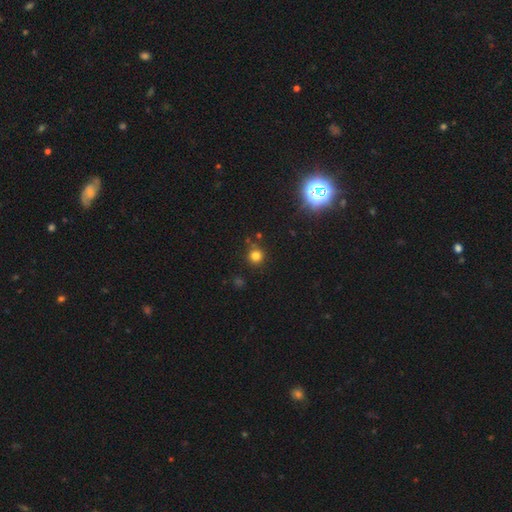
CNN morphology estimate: smooth-or-featured: smooth: 78% | star or artifact: 17% | featured or disk: 6%
  how-rounded: round: 92% | in between: 7% | cigar-shaped: 1%
  merging: none: 82% | minor disturbance: 9% | merger: 6% | major disturbance: 3%